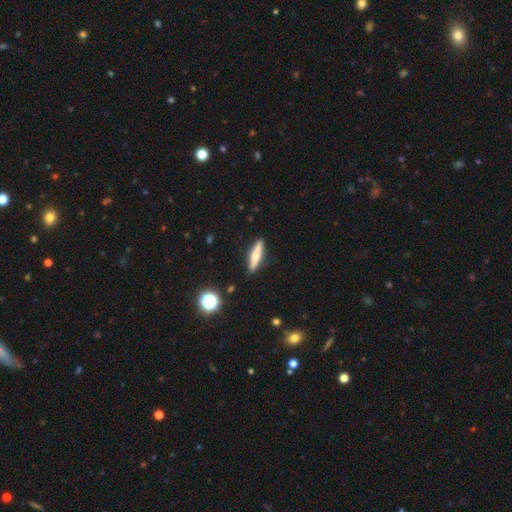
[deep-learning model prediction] The model was most divided on "smooth or featured": featured or disk: 48%, smooth: 45%, star or artifact: 7%. More confident: merging — none (90%).